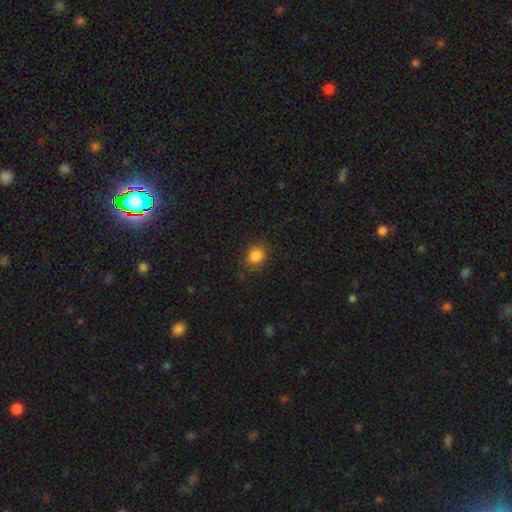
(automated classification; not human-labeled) smooth 85%, star or artifact 10%, featured or disk 4%. Down the decision tree: how rounded — round (57%); merging — none (84%).